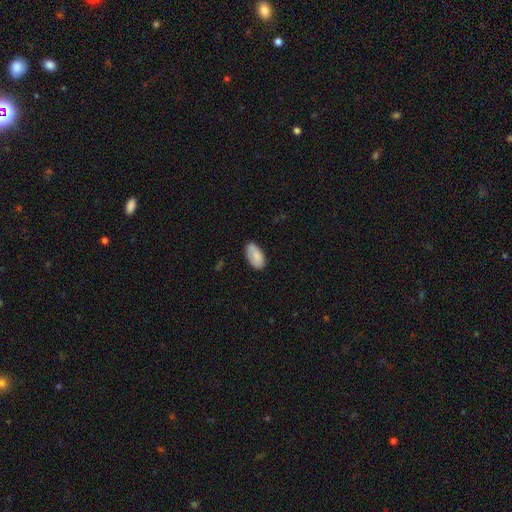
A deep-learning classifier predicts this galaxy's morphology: smooth_or_featured: smooth (p=0.81) [alt: featured or disk p=0.13]
how_rounded: in between (p=0.94) [alt: cigar-shaped p=0.03]
merging: none (p=0.74) [alt: minor disturbance p=0.20]